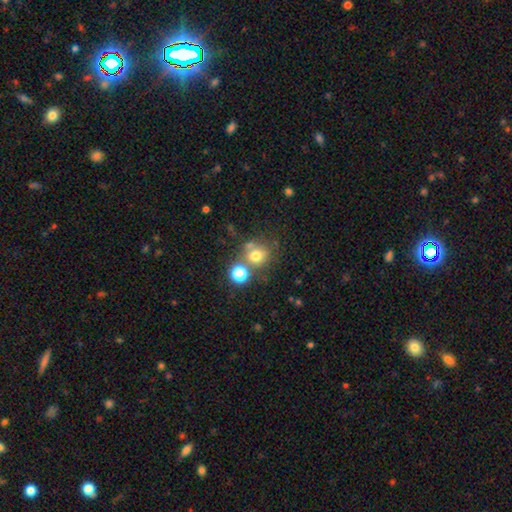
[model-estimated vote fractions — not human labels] Smooth or featured? Predicted: smooth (p=0.70). How rounded? Predicted: round (p=0.84). Merging? Predicted: none (p=0.61).